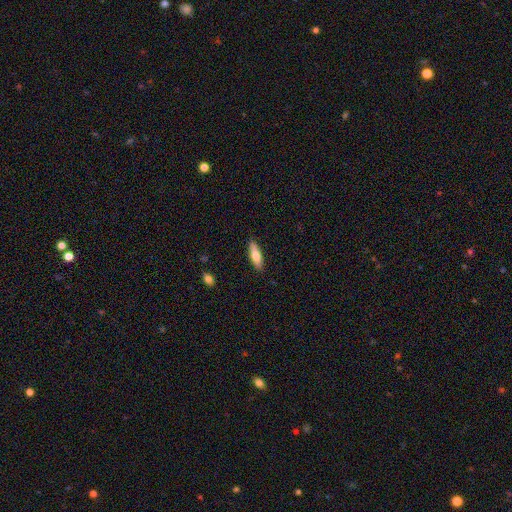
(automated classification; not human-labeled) Overall: smooth (71%). How rounded: cigar-shaped (54%; in between 44%). Merging: none (89%).